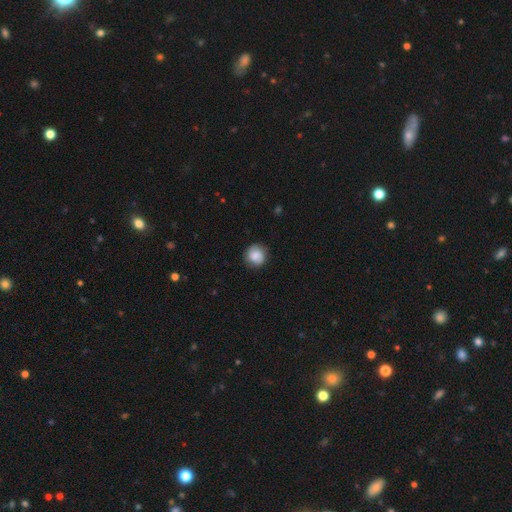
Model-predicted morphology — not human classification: Q: Smooth or featured?
A: smooth (79%); runner-up: featured or disk (13%)
Q: How rounded?
A: round (89%); runner-up: in between (10%)
Q: Merging?
A: none (82%); runner-up: minor disturbance (14%)